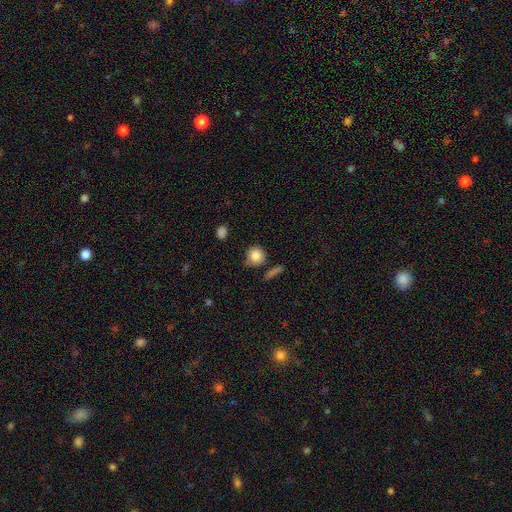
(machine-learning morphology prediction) A smooth galaxy with no disk features (84%) that is round (89%). Merging: none (71%).